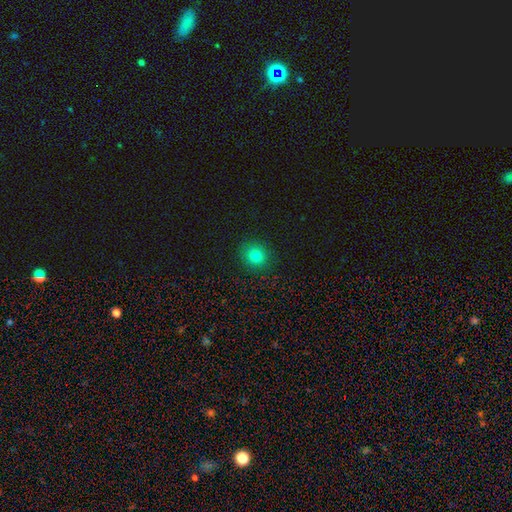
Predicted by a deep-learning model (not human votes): A smooth galaxy with no disk features (81%) that is round (86%).

Vote fractions:
- Smooth or featured? smooth: 81% / star or artifact: 13% / featured or disk: 6%
- How rounded? round: 86% / in between: 13% / cigar-shaped: 1%
- Merging? none: 91% / minor disturbance: 6% / major disturbance: 2% / merger: 1%